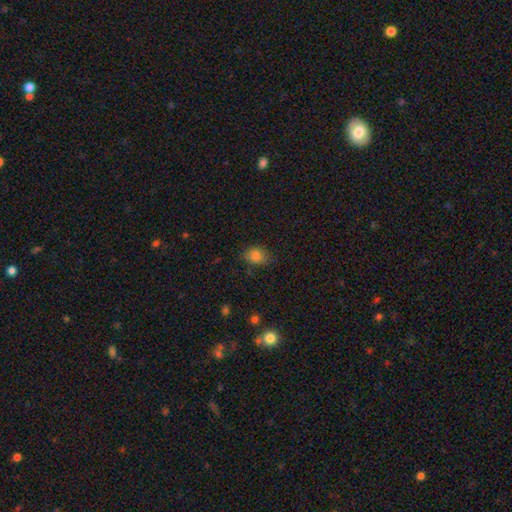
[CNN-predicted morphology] This appears to be a smooth galaxy with no disk features (82%) that is in between round and cigar-shaped (67%). Merging: none (72%).